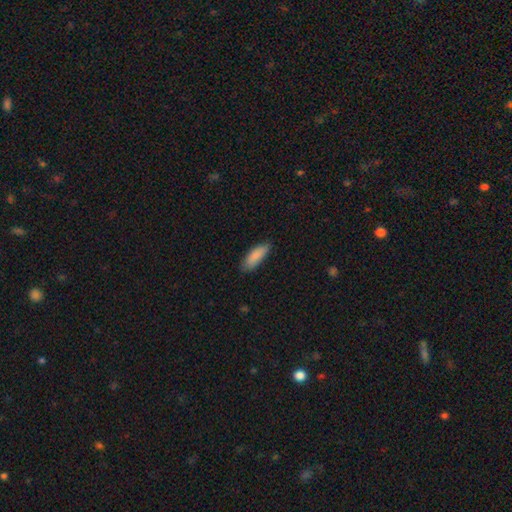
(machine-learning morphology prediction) type=smooth (88%); roundness=in between (65%); merging=none (81%).